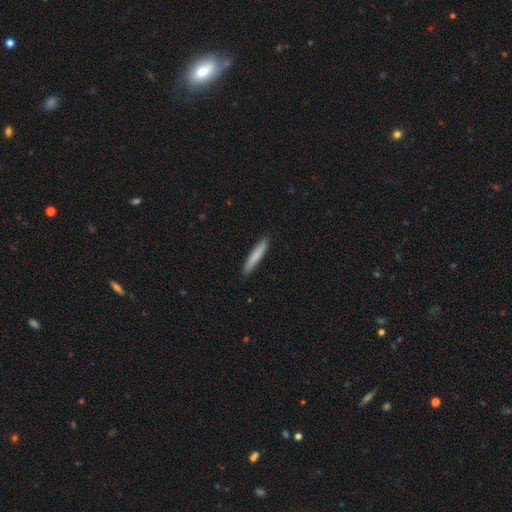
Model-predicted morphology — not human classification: type=smooth (79%); roundness=cigar-shaped (94%); merging=none (90%).